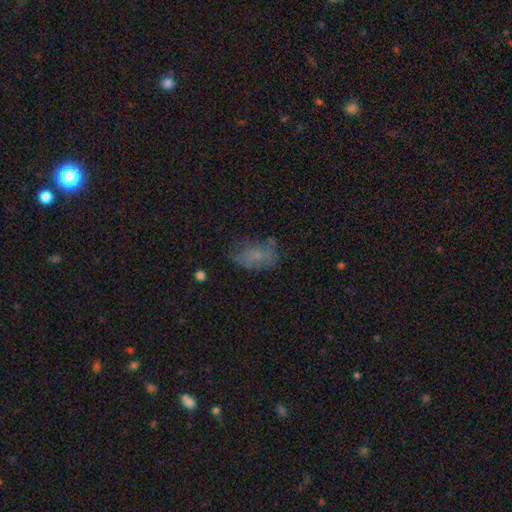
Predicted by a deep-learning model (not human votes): A smooth galaxy with no disk features (59%) that is in between round and cigar-shaped (86%).

Vote fractions:
- Smooth or featured? smooth: 59% / featured or disk: 27% / star or artifact: 14%
- How rounded? in between: 86% / round: 11% / cigar-shaped: 2%
- Merging? none: 49% / minor disturbance: 29% / major disturbance: 18% / merger: 4%